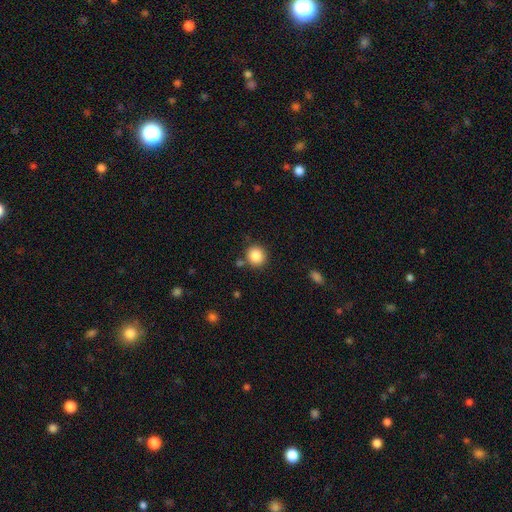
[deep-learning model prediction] A smooth galaxy with no disk features (85%) that is round (90%). Merging: none (82%).